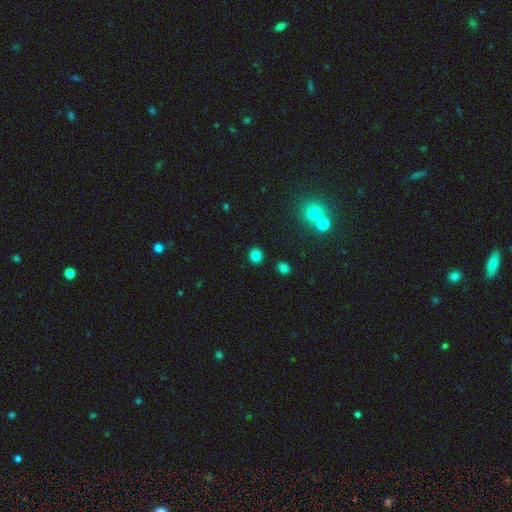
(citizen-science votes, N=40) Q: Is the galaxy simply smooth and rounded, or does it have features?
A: smooth — 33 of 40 (82%).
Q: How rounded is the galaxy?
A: round — 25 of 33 (76%).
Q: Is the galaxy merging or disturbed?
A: none — 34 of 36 (94%).